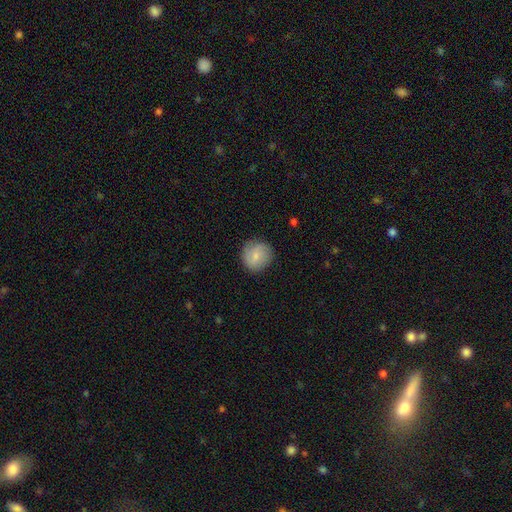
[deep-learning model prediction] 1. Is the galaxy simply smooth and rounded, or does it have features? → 69% smooth, 24% featured or disk, 7% star or artifact.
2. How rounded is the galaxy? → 90% round, 9% in between, 1% cigar-shaped.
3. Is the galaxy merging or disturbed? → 83% none, 12% minor disturbance, 3% major disturbance, 1% merger.